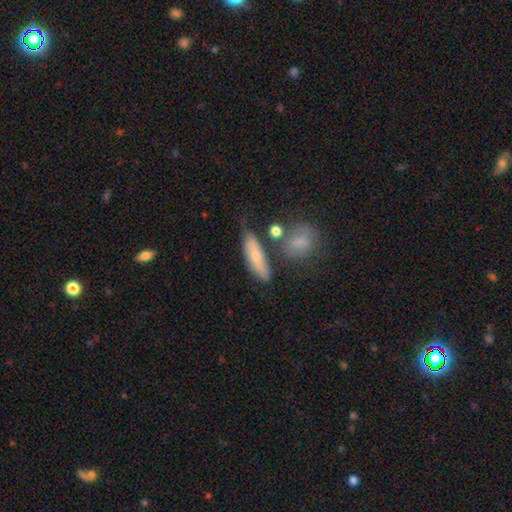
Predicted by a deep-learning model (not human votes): Morphology: type=smooth (64%); roundness=cigar-shaped (50%); merging=none (61%).